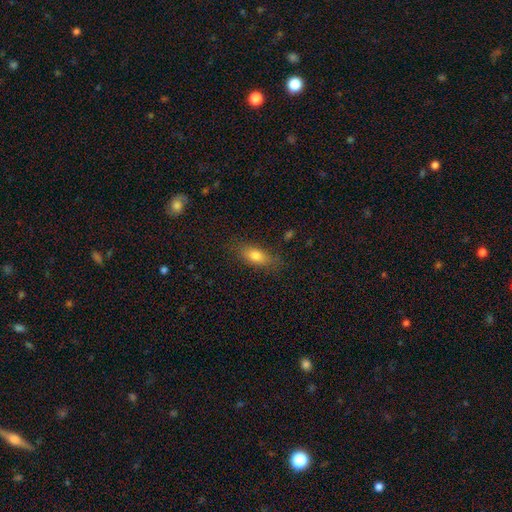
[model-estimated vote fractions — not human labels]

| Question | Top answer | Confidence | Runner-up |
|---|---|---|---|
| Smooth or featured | smooth | 79% | featured or disk (13%) |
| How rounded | in between | 79% | cigar-shaped (15%) |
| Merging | none | 80% | minor disturbance (15%) |